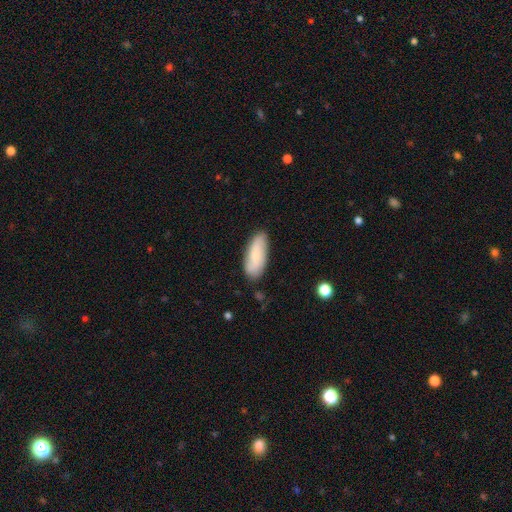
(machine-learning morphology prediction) The model was most divided on "smooth or featured": smooth: 68%, featured or disk: 26%, star or artifact: 6%. More confident: merging — none (83%); how rounded — in between (78%).